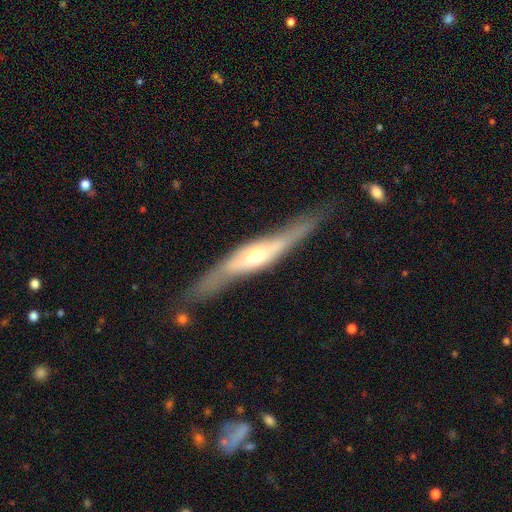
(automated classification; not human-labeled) Overall: featured or disk (72%). Edge-on disk: yes (86%). Edge-on bulge: rounded (80%). Merging: none (77%).